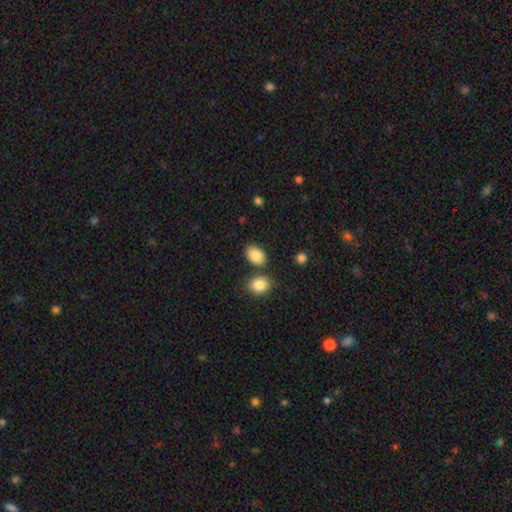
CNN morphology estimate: A smooth galaxy with no disk features (87%) that is in between round and cigar-shaped (82%).

Vote fractions:
- Smooth or featured? smooth: 87% / star or artifact: 8% / featured or disk: 5%
- How rounded? in between: 82% / round: 17% / cigar-shaped: 1%
- Merging? none: 75% / minor disturbance: 11% / merger: 11% / major disturbance: 3%